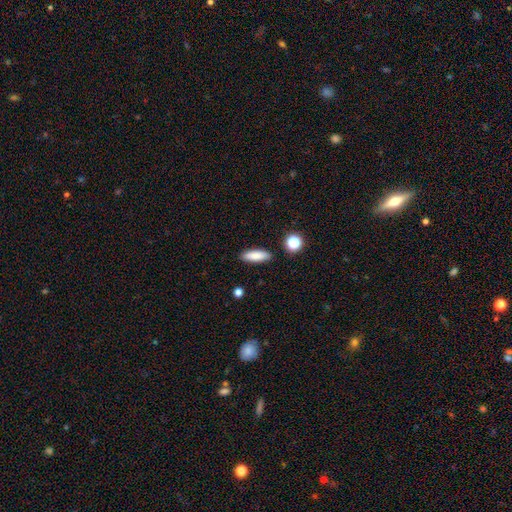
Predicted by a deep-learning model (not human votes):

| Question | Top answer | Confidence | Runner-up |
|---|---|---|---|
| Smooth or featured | smooth | 84% | featured or disk (8%) |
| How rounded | in between | 54% | cigar-shaped (43%) |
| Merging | none | 88% | minor disturbance (8%) |